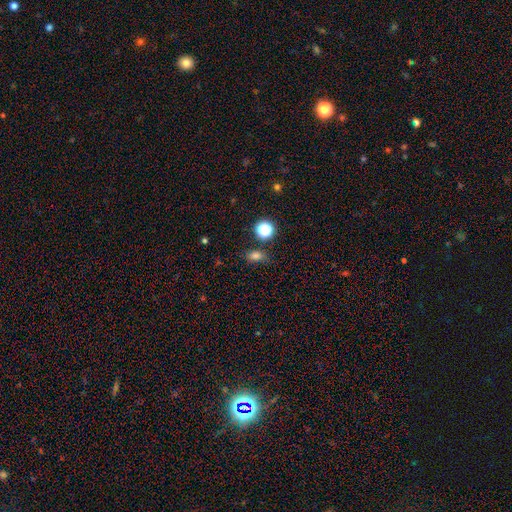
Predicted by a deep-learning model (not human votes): Smooth or featured? smooth (75%)
How rounded? in between (71%)
Merging? none (77%)